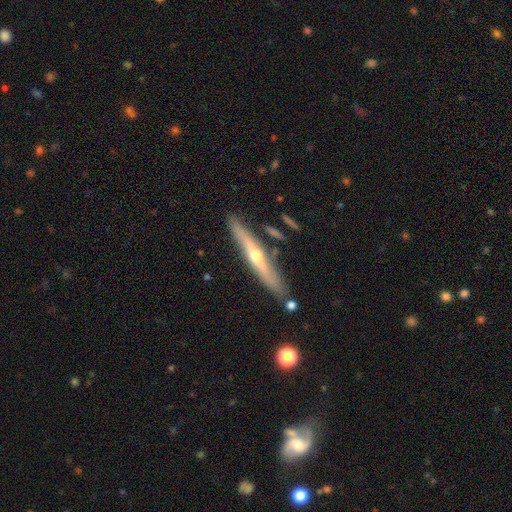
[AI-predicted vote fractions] featured or disk 66%, smooth 28%, star or artifact 6%. Down the decision tree: edge-on disk — yes (92%); edge-on bulge — rounded (84%); merging — none (82%).